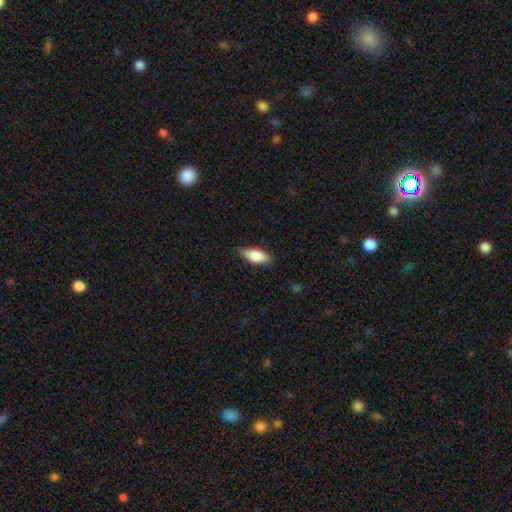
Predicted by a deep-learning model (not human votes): Morphology: type=smooth (75%); roundness=in between (76%); merging=none (84%).